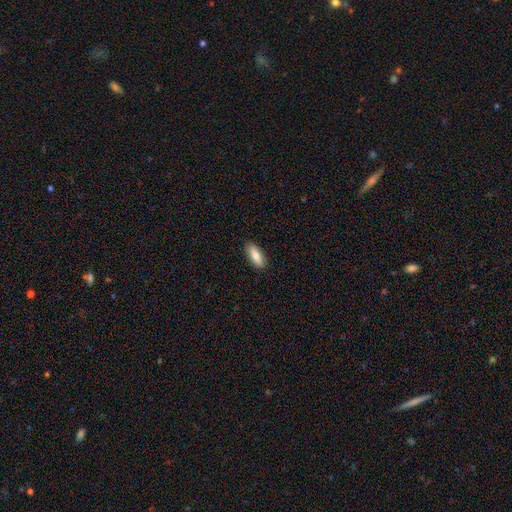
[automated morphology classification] A smooth galaxy with no disk features (82%) that is in between round and cigar-shaped (74%). Merging: none (88%).